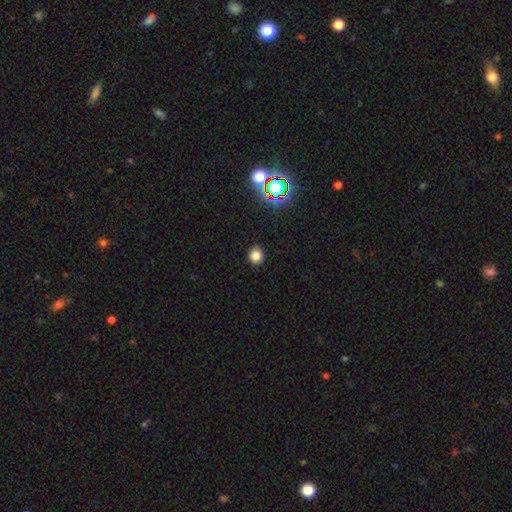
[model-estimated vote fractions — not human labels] This appears to be a smooth galaxy with no disk features (80%) that is round (79%). Merging: none (88%).